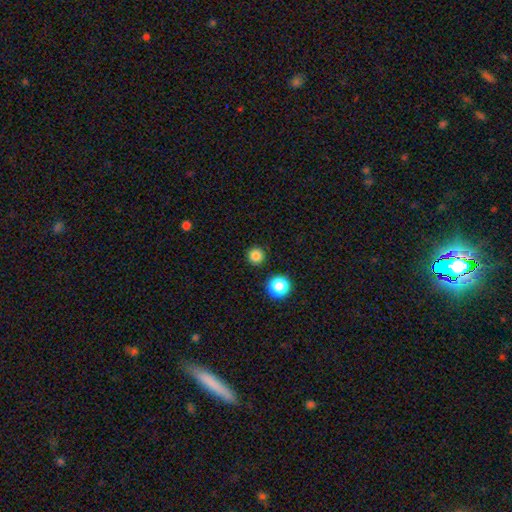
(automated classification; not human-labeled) This is clearly a smooth galaxy (83%). How rounded: clearly round (96%). Merging: clearly none (91%).